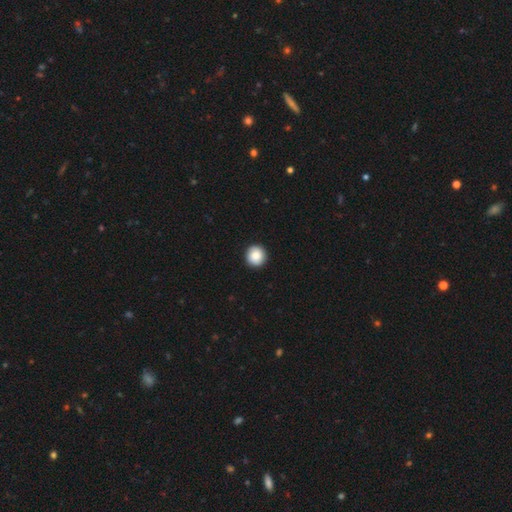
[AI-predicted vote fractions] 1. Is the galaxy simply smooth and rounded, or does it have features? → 85% smooth, 8% star or artifact, 7% featured or disk.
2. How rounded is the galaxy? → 93% round, 6% in between, 1% cigar-shaped.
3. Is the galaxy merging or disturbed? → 91% none, 7% minor disturbance, 2% major disturbance, 1% merger.